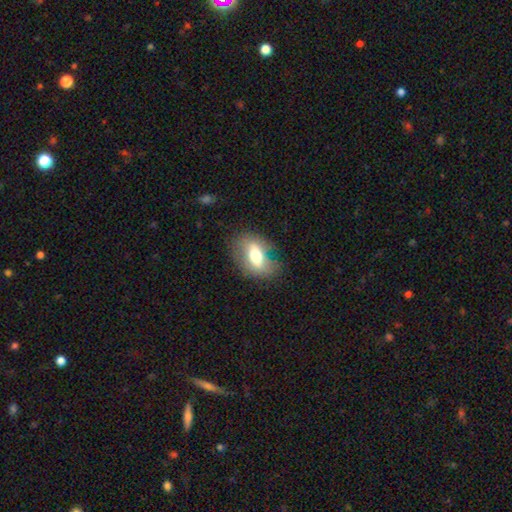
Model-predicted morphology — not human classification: smooth-or-featured: smooth: 53% | featured or disk: 39% | star or artifact: 8%
  how-rounded: in between: 77% | round: 17% | cigar-shaped: 6%
  merging: none: 73% | minor disturbance: 18% | major disturbance: 7% | merger: 2%